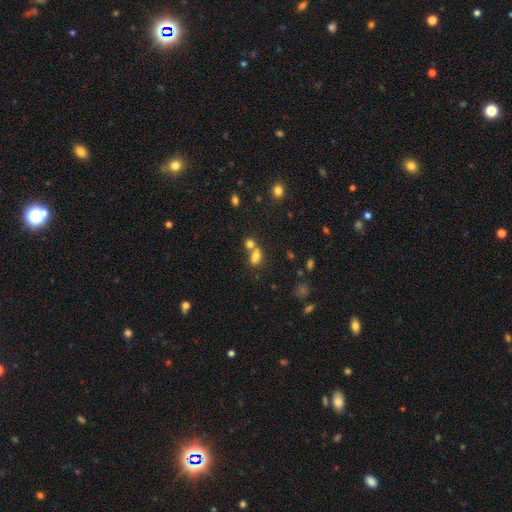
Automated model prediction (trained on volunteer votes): This is likely a smooth galaxy (70%). How rounded: possibly in between (57%). Merging: likely merger (61%).